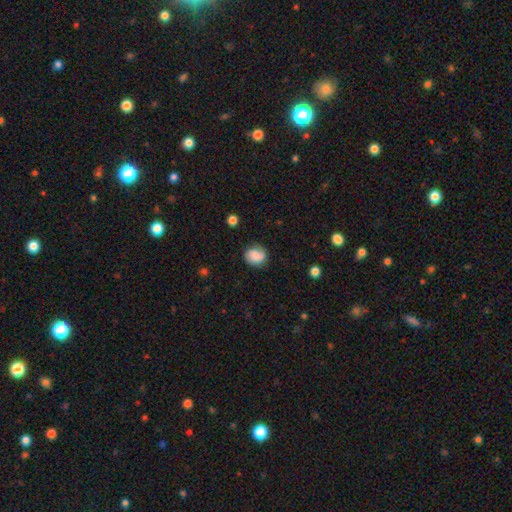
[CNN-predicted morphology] smooth_or_featured: smooth (p=0.71) [alt: featured or disk p=0.19]
how_rounded: round (p=0.66) [alt: in between p=0.33]
merging: none (p=0.74) [alt: minor disturbance p=0.19]